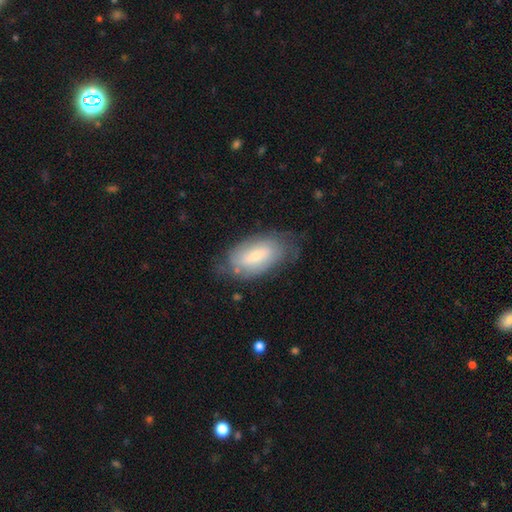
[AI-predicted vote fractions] This appears to be a featured or disk galaxy (52%). Merging: none (67%).